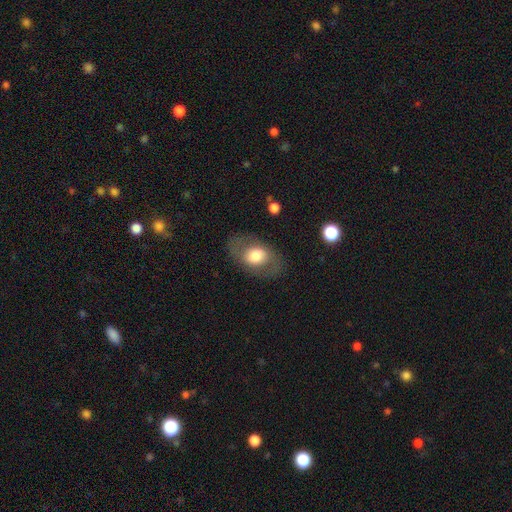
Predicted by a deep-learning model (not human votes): Smooth or featured?
  - smooth: 60% *
  - featured or disk: 33%
  - star or artifact: 7%
How rounded?
  - in between: 76% *
  - round: 23%
  - cigar-shaped: 1%
Merging?
  - none: 79% *
  - minor disturbance: 12%
  - major disturbance: 8%
  - merger: 1%